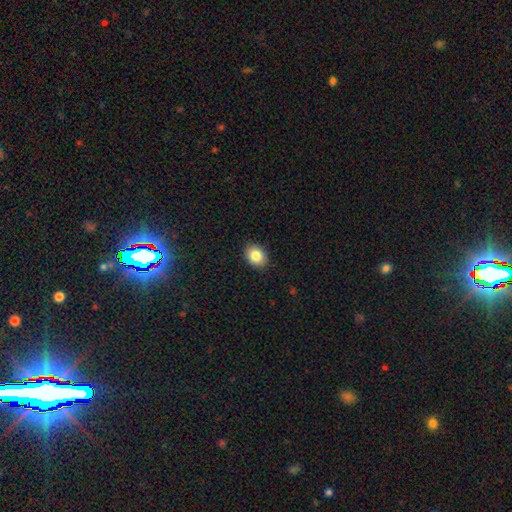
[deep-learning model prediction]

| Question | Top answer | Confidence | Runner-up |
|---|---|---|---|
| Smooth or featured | smooth | 84% | star or artifact (9%) |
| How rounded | in between | 61% | round (38%) |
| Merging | none | 89% | minor disturbance (8%) |